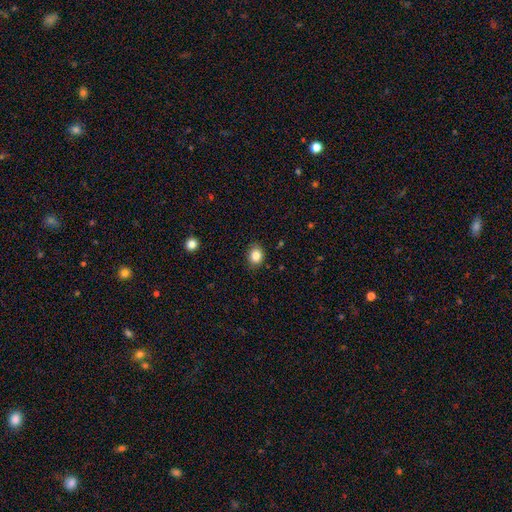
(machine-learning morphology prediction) Overall: smooth (84%). How rounded: round (59%; in between 40%). Merging: none (87%).